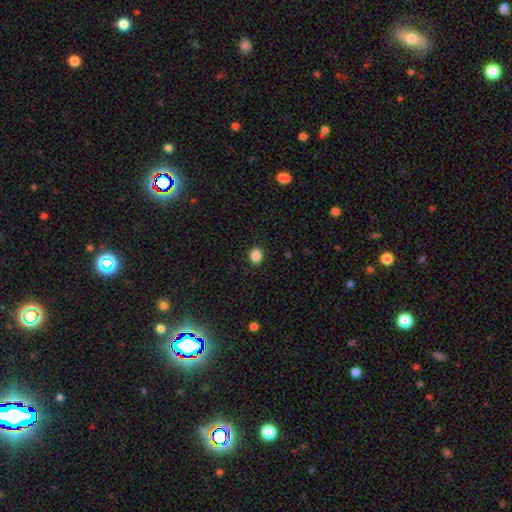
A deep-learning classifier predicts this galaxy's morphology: Smooth or featured: smooth — 87% (star or artifact — 10%)
How rounded: round — 57% (in between — 42%)
Merging: none — 90% (minor disturbance — 7%)